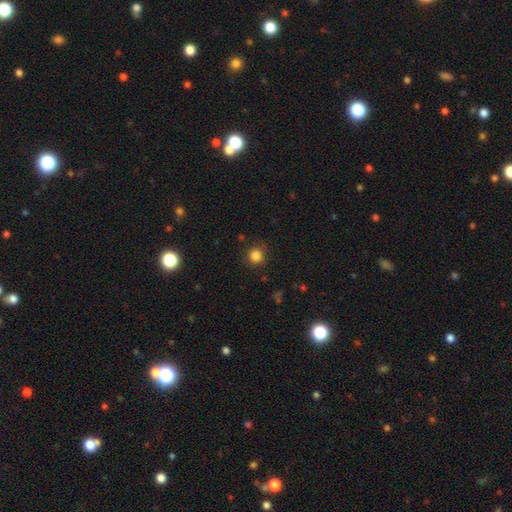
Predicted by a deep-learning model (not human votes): smooth 83%, star or artifact 12%, featured or disk 4%. Down the decision tree: how rounded — round (92%); merging — none (84%).